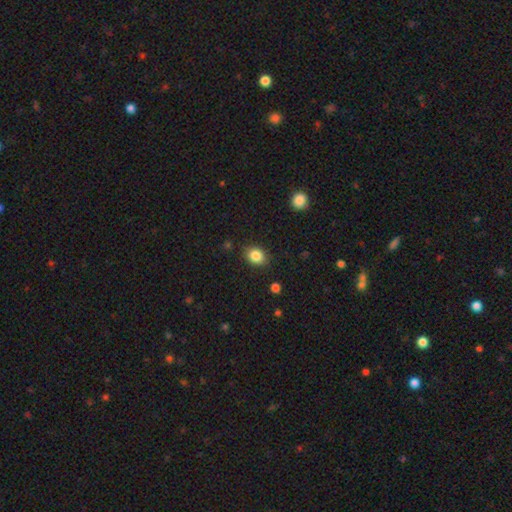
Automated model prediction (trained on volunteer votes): This is clearly a smooth galaxy (86%). How rounded: possibly in between (50%). Merging: clearly none (87%).